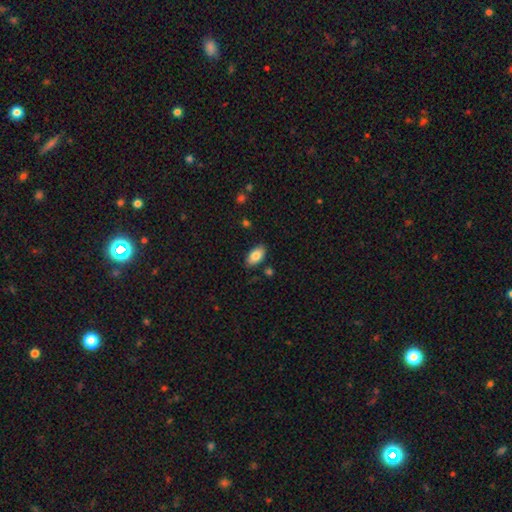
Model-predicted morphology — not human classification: Smooth or featured? smooth (84%)
How rounded? in between (93%)
Merging? none (83%)